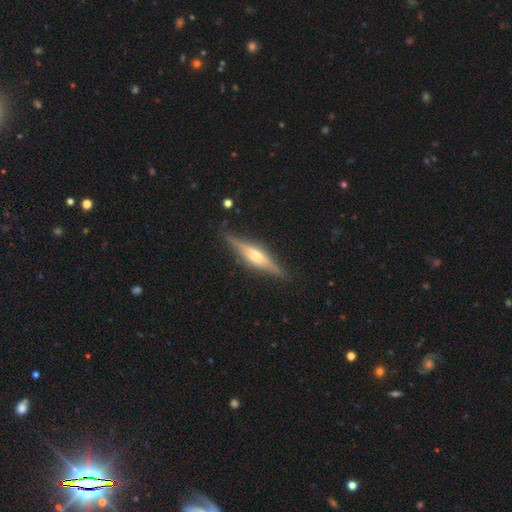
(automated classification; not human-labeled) smooth_or_featured: featured or disk (p=0.75) [alt: smooth p=0.19]
disk_edge_on: yes (p=0.97) [alt: no p=0.03]
edge_on_bulge: rounded (p=0.76) [alt: boxy p=0.17]
merging: none (p=0.87) [alt: minor disturbance p=0.10]